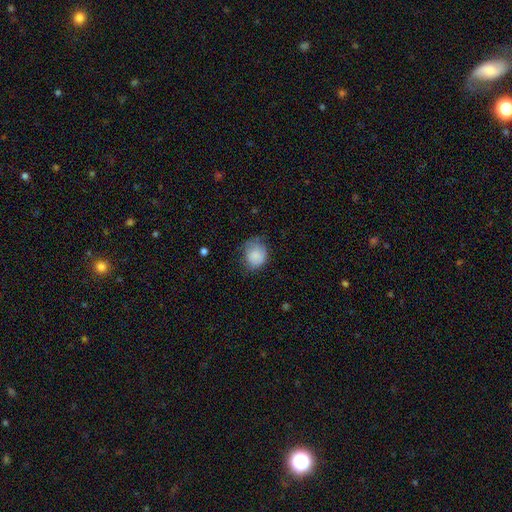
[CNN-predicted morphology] type=smooth (84%); roundness=round (68%); merging=none (56%).